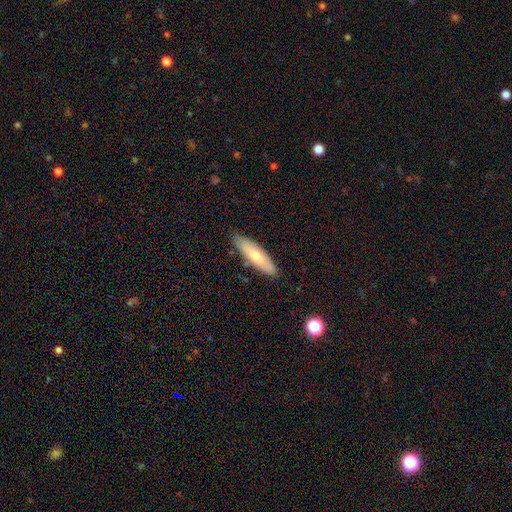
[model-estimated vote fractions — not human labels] Smooth or featured? Predicted: smooth (p=0.65). How rounded? Predicted: cigar-shaped (p=0.64). Merging? Predicted: none (p=0.85).